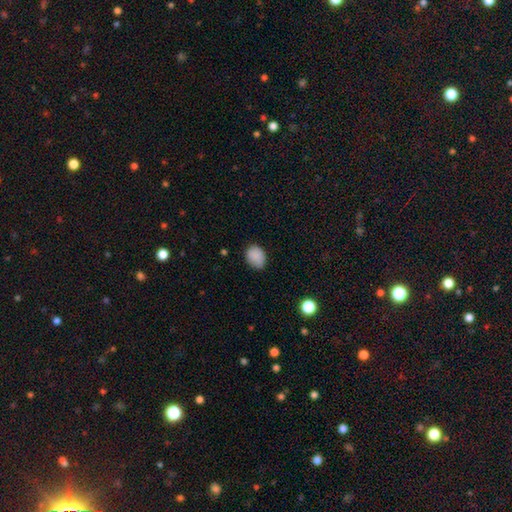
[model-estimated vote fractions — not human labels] Q: Smooth or featured?
A: smooth (88%); runner-up: star or artifact (8%)
Q: How rounded?
A: in between (59%); runner-up: round (40%)
Q: Merging?
A: none (76%); runner-up: minor disturbance (19%)